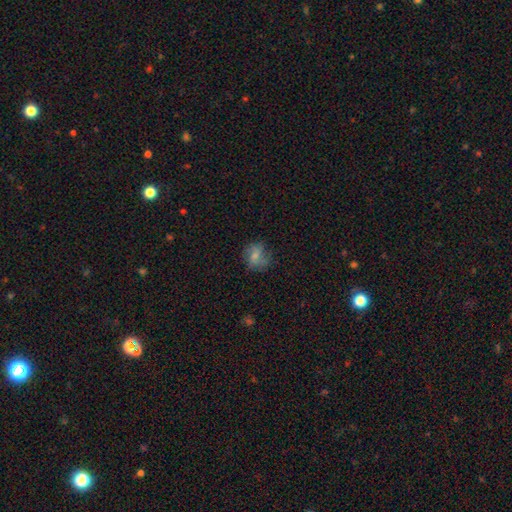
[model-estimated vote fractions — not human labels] This is possibly a smooth galaxy (55%). How rounded: likely round (69%). Merging: likely none (67%).